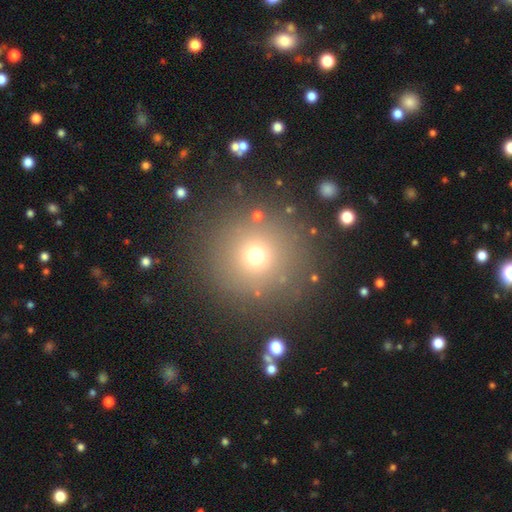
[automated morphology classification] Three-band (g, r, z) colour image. It shows a smooth galaxy with no disk features (68%) that is round (95%). Merging: none (85%).